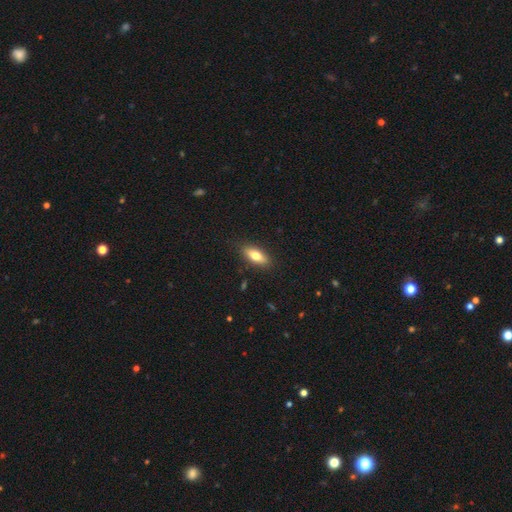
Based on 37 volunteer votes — Q: Smooth or featured?
A: smooth (86%); runner-up: featured or disk (14%)
Q: How rounded?
A: in between (81%); runner-up: cigar-shaped (19%)
Q: Merging?
A: none (89%); runner-up: minor disturbance (5%)